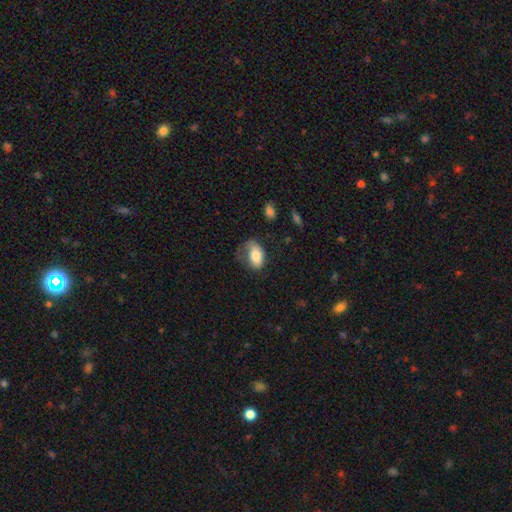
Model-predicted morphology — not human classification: A smooth galaxy with no disk features (74%) that is in between round and cigar-shaped (89%). Merging: none (35%).